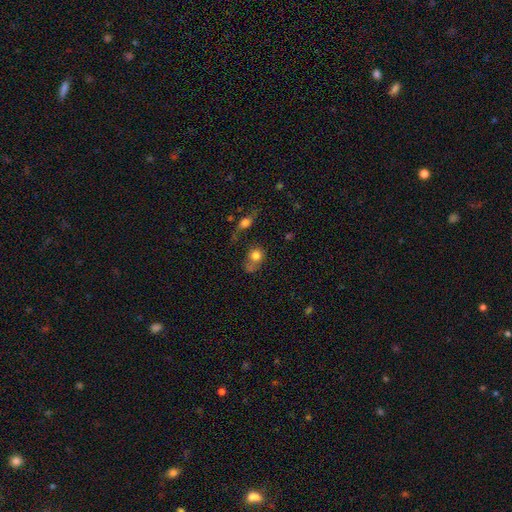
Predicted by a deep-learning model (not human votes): This appears to be a smooth galaxy with no disk features (77%) that is round (70%). Merging: none (44%).